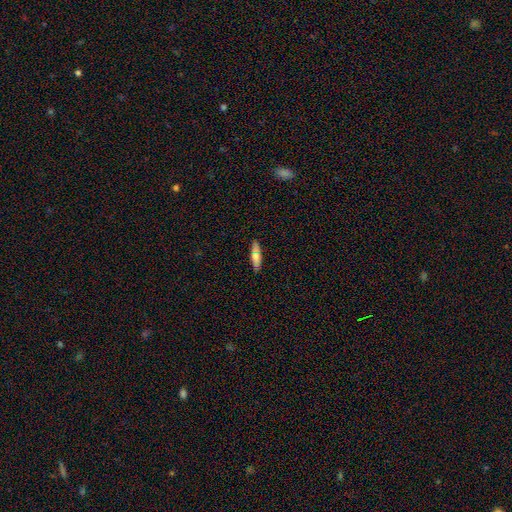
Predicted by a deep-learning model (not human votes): Morphology: type=smooth (68%); roundness=cigar-shaped (66%); merging=none (84%).